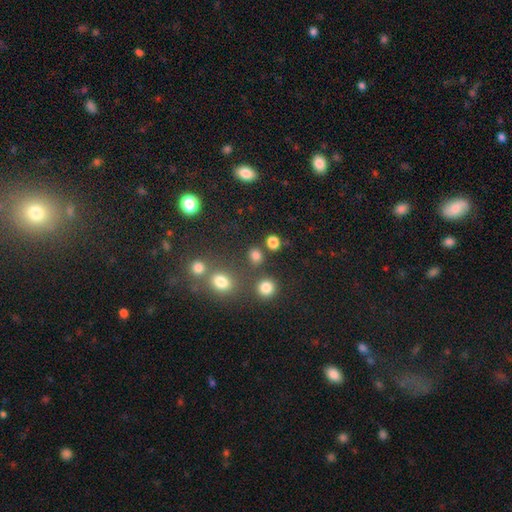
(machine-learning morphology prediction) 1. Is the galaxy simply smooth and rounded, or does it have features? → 79% smooth, 16% star or artifact, 5% featured or disk.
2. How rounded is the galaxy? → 74% round, 24% in between, 1% cigar-shaped.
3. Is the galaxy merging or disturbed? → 76% none, 11% merger, 8% minor disturbance, 4% major disturbance.